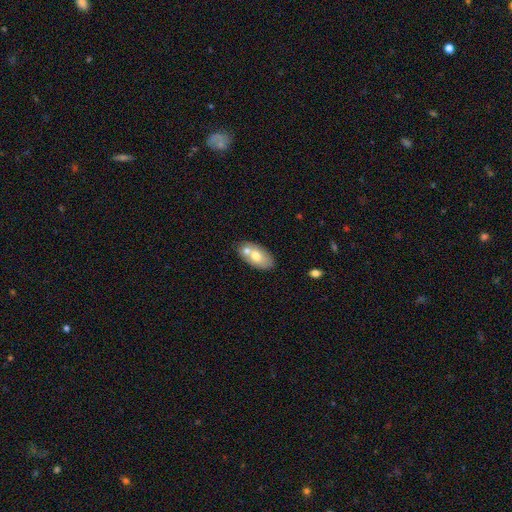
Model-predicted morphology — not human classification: A smooth galaxy with no disk features (64%) that is in between round and cigar-shaped (92%).

Vote fractions:
- Smooth or featured? smooth: 64% / featured or disk: 29% / star or artifact: 7%
- How rounded? in between: 92% / round: 6% / cigar-shaped: 3%
- Merging? none: 50% / merger: 33% / minor disturbance: 13% / major disturbance: 4%